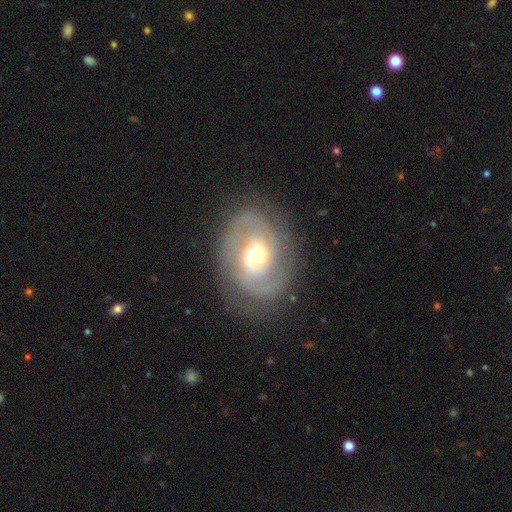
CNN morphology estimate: This is clearly a featured or disk galaxy (82%). It is clearly not viewed edge-on (97%). Bar: possibly weak (48%). Spiral arm pattern: clearly yes (93%). Spiral arm count: likely 2 (71%). Spiral winding: marginally medium (45%). Central bulge: possibly moderate (55%). Merging: likely none (73%).